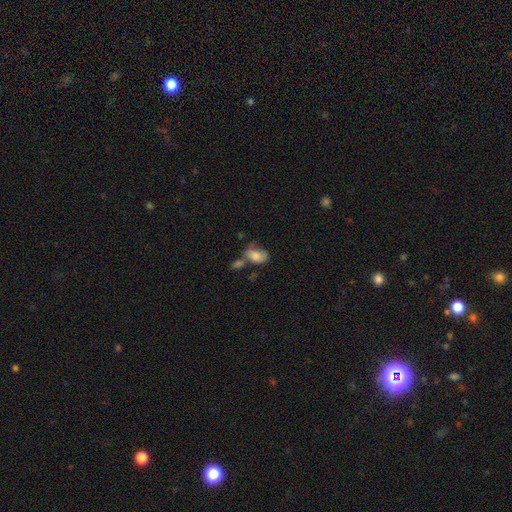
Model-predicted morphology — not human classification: smooth 76%, featured or disk 15%, star or artifact 9%. Down the decision tree: how rounded — in between (86%); merging — merger (33%).